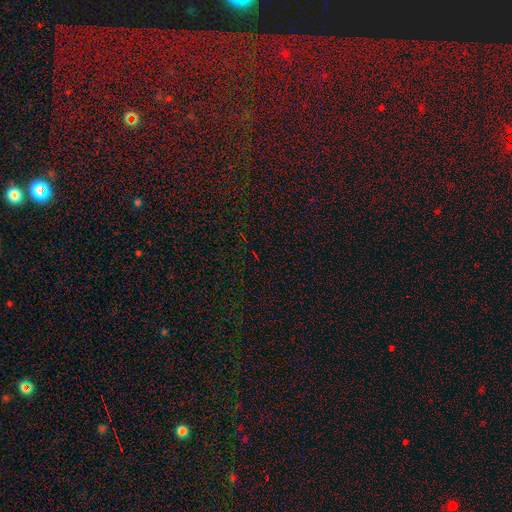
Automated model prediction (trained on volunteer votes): Morphology: type=star or artifact (74%).